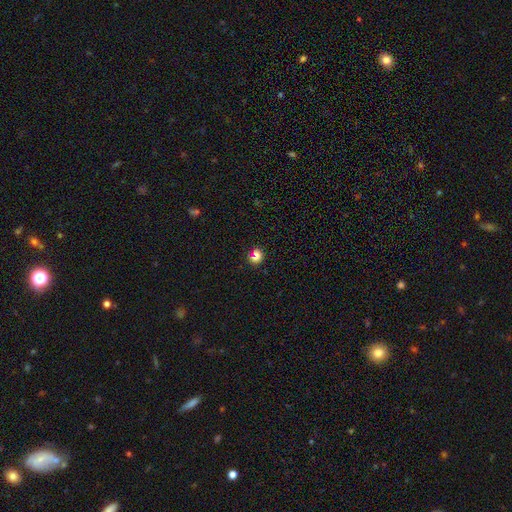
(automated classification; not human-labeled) Q: Smooth or featured?
A: smooth (74%); runner-up: star or artifact (18%)
Q: How rounded?
A: round (76%); runner-up: in between (23%)
Q: Merging?
A: none (71%); runner-up: minor disturbance (13%)